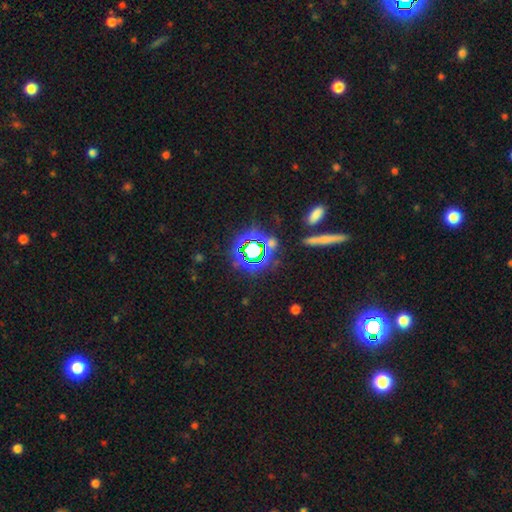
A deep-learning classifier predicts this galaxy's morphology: A star or artifact, not a galaxy (68%).

Vote fractions:
- Smooth or featured? star or artifact: 68% / smooth: 20% / featured or disk: 12%